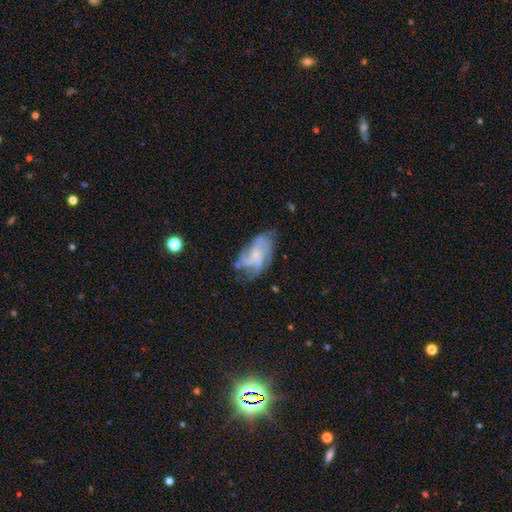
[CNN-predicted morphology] A featured or disk galaxy (71%) with no bar (64%), medium (42%) spiral arms (81%) and a small central bulge (59%).

Vote fractions:
- Smooth or featured? featured or disk: 71% / smooth: 21% / star or artifact: 8%
- Edge-on disk? no: 96% / yes: 4%
- Bar? no: 64% / weak: 30% / strong: 6%
- Spiral arms? yes: 81% / no: 19%
- Spiral winding? medium: 42% / tight: 32% / loose: 26%
- Spiral arm count? can't tell: 35% / 3: 23% / 2: 16% / 4: 16% / more than 4: 5% / 1: 5%
- Bulge size? small: 59% / moderate: 20% / none: 17% / large: 2% / dominant: 1%
- Merging? none: 53% / minor disturbance: 26% / major disturbance: 18% / merger: 3%